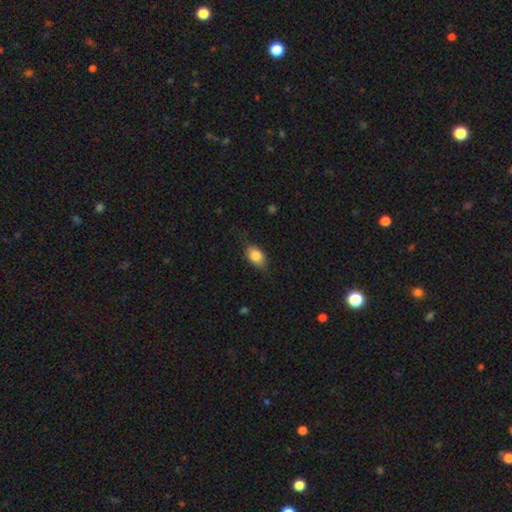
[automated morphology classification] This appears to be a smooth galaxy with no disk features (83%) that is in between round and cigar-shaped (84%). Merging: none (73%).